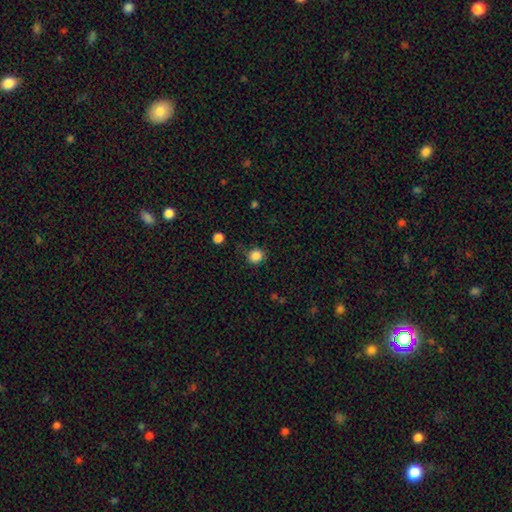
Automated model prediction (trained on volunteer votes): A smooth galaxy with no disk features (85%) that is round (85%). Merging: none (73%).